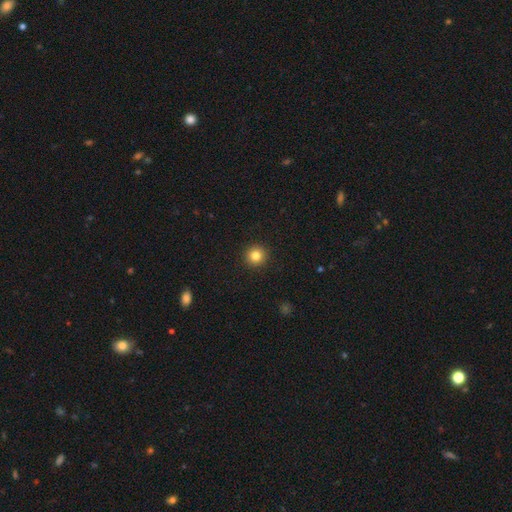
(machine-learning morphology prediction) A smooth galaxy with no disk features (83%) that is round (95%). Merging: none (93%).